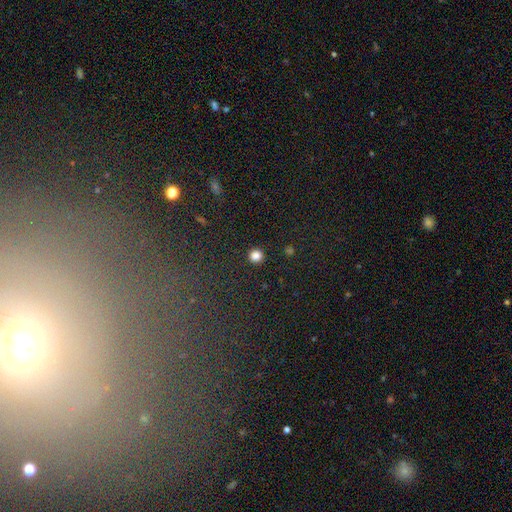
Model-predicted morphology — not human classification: Smooth or featured: smooth — 83% (star or artifact — 13%)
How rounded: round — 93% (in between — 6%)
Merging: none — 92% (minor disturbance — 4%)